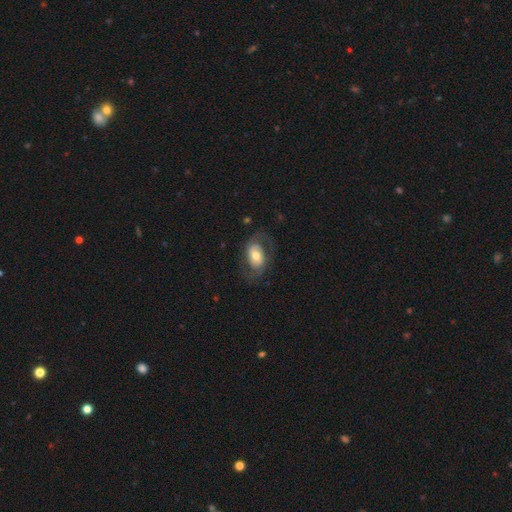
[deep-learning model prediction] A featured or disk galaxy (63%) with no bar (55%), spiral arms (78%) and a moderate central bulge (67%).

Vote fractions:
- Smooth or featured? featured or disk: 63% / smooth: 30% / star or artifact: 6%
- Edge-on disk? no: 95% / yes: 5%
- Bar? no: 55% / weak: 30% / strong: 15%
- Spiral arms? yes: 78% / no: 22%
- Bulge size? moderate: 67% / large: 15% / small: 15% / dominant: 2% / none: 1%
- Merging? none: 65% / minor disturbance: 17% / major disturbance: 16% / merger: 1%